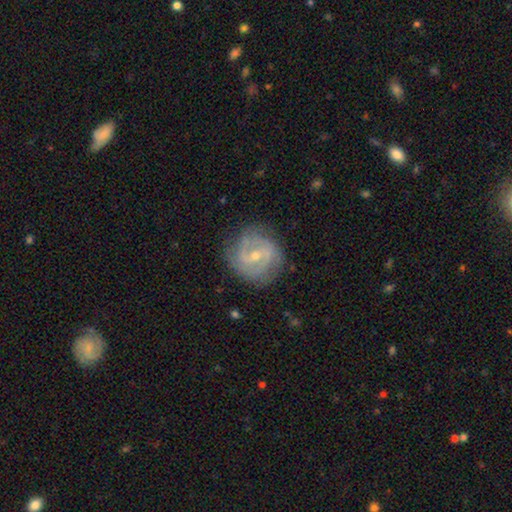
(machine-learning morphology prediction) featured or disk 80%, smooth 14%, star or artifact 6%. Down the decision tree: edge-on disk — no (97%); bar — weak (54%); spiral arms — yes (92%); spiral arm count — 2 (62%); spiral winding — tight (45%); bulge size — small (58%); merging — none (78%).